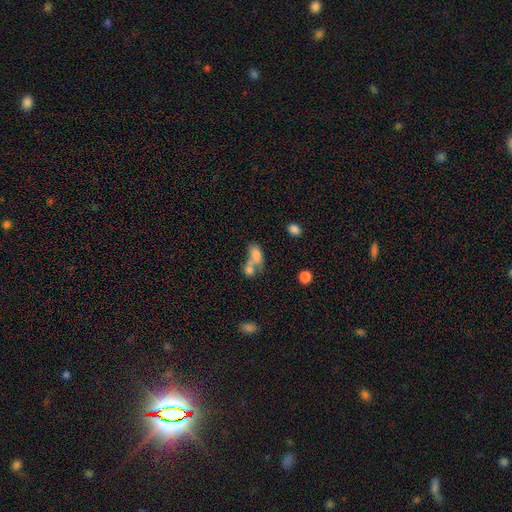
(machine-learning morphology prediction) This appears to be a smooth galaxy with no disk features (75%) that is in between round and cigar-shaped (83%). Merging: merger (64%).